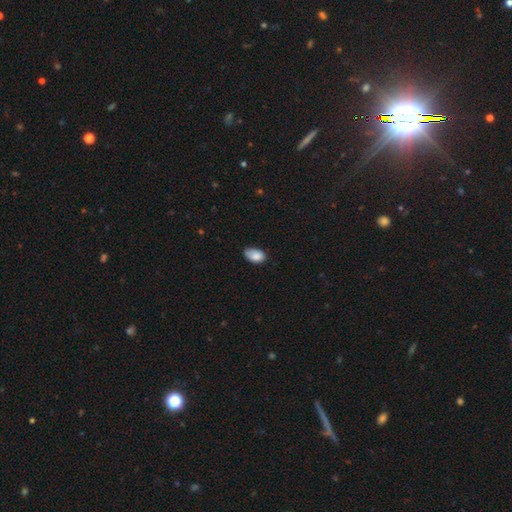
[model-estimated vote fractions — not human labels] A smooth galaxy with no disk features (85%) that is in between round and cigar-shaped (92%).

Vote fractions:
- Smooth or featured? smooth: 85% / star or artifact: 8% / featured or disk: 8%
- How rounded? in between: 92% / round: 7% / cigar-shaped: 1%
- Merging? none: 59% / minor disturbance: 34% / major disturbance: 6% / merger: 2%